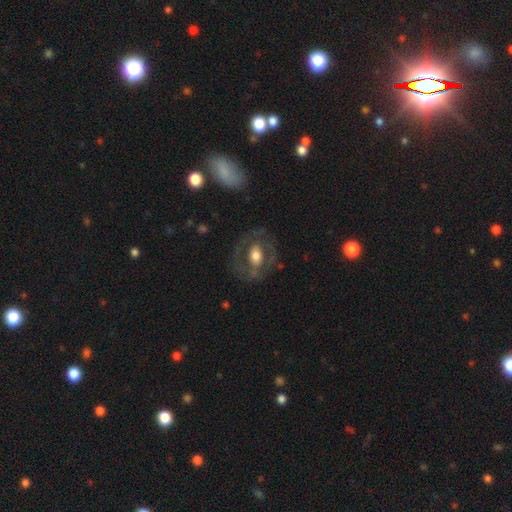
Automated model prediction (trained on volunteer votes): Smooth or featured? featured or disk (56%)
Edge-on disk? no (93%)
Bar? no (57%)
Spiral arms? no (73%)
Bulge size? moderate (53%)
Merging? none (71%)